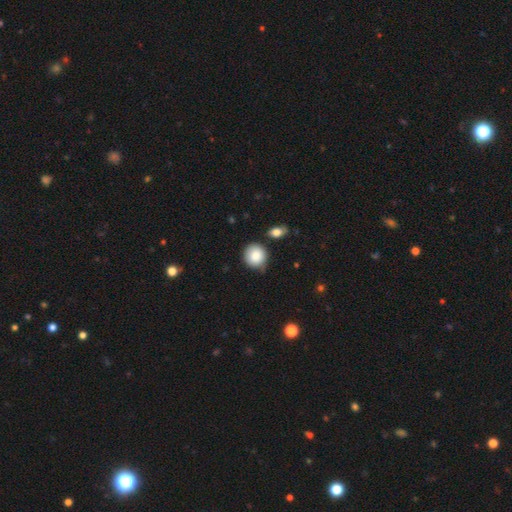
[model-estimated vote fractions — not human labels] This is clearly a smooth galaxy (86%). How rounded: clearly round (88%). Merging: likely none (69%).